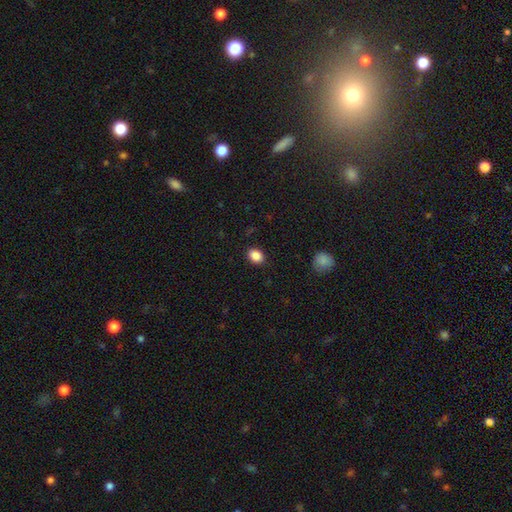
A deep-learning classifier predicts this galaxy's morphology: Overall: smooth (88%). How rounded: in between (61%; round 38%). Merging: none (88%).